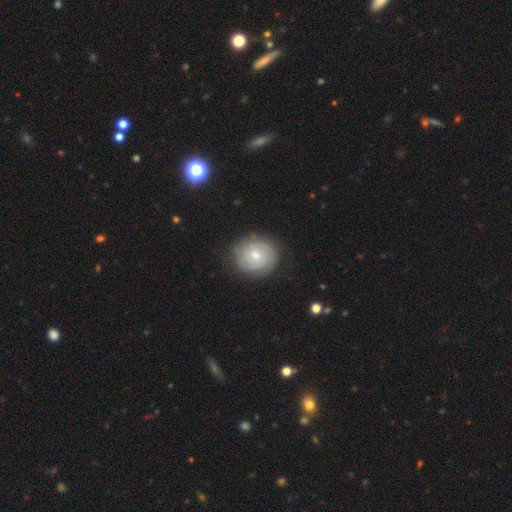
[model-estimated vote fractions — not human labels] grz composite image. It shows a featured or disk galaxy (52%) with no bar (54%), spiral arms (80%) and a small central bulge (52%). Merging: none (81%).